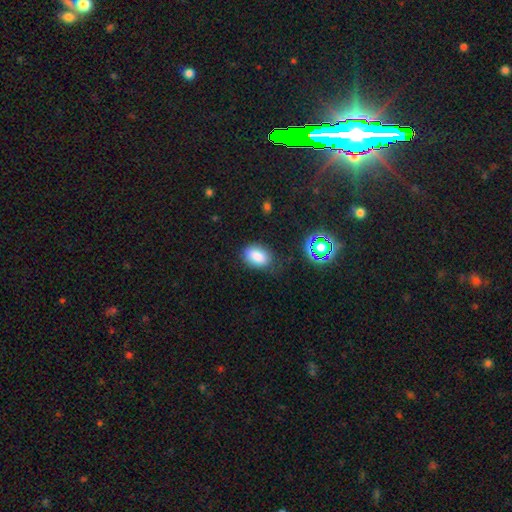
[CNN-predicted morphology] smooth_or_featured: smooth (p=0.83) [alt: star or artifact p=0.11]
how_rounded: in between (p=0.83) [alt: round p=0.16]
merging: none (p=0.76) [alt: minor disturbance p=0.17]